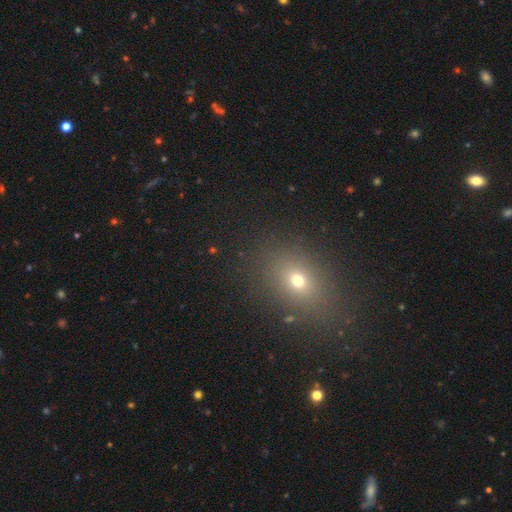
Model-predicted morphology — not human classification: Q: Smooth or featured?
A: smooth (60%); runner-up: star or artifact (28%)
Q: How rounded?
A: in between (60%); runner-up: round (37%)
Q: Merging?
A: none (85%); runner-up: minor disturbance (9%)